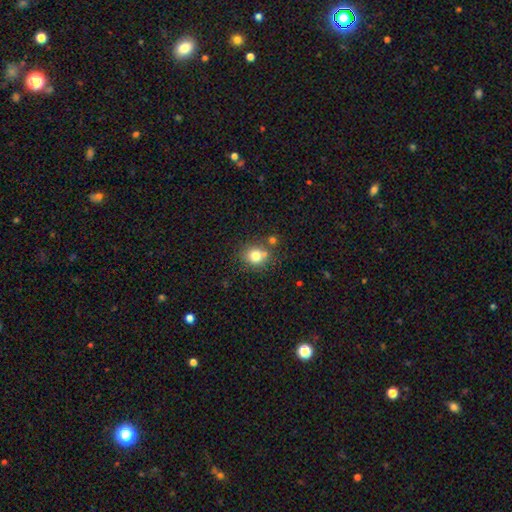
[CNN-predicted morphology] type=smooth (79%); roundness=round (74%); merging=none (67%).